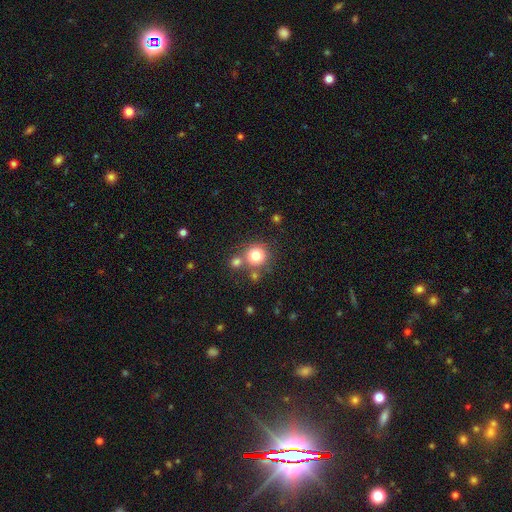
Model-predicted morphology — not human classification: This is likely a smooth galaxy (78%). How rounded: clearly round (92%). Merging: likely none (67%).